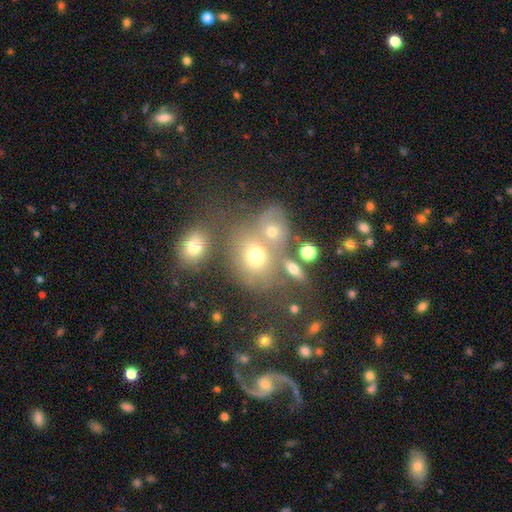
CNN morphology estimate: Smooth or featured: smooth — 62% (featured or disk — 20%)
How rounded: round — 60% (in between — 39%)
Merging: none — 45% (merger — 35%)